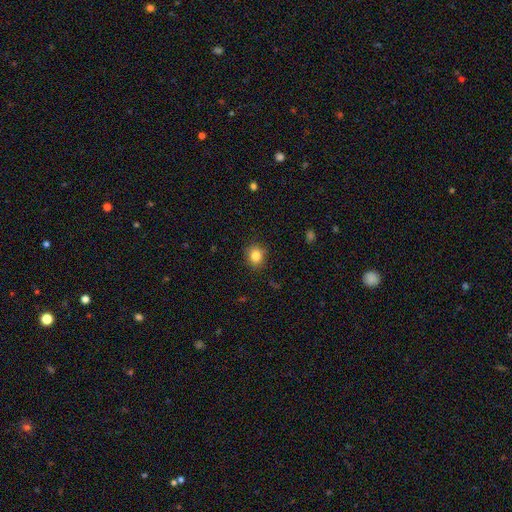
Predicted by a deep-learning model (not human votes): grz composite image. It shows a smooth galaxy with no disk features (84%) that is round (77%). Merging: none (87%).